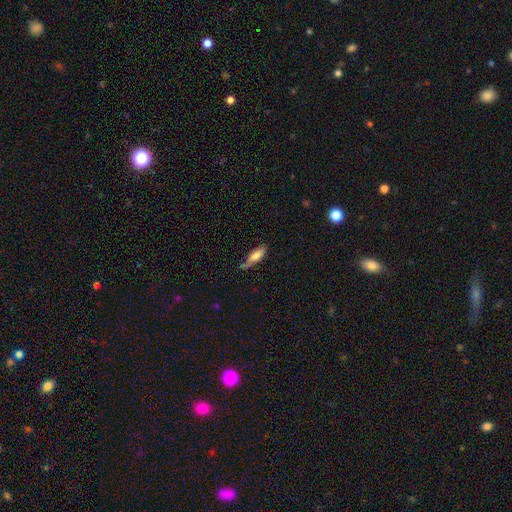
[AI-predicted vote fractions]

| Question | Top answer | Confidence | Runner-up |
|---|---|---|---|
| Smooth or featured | smooth | 72% | featured or disk (21%) |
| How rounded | in between | 52% | cigar-shaped (46%) |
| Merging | none | 49% | minor disturbance (33%) |